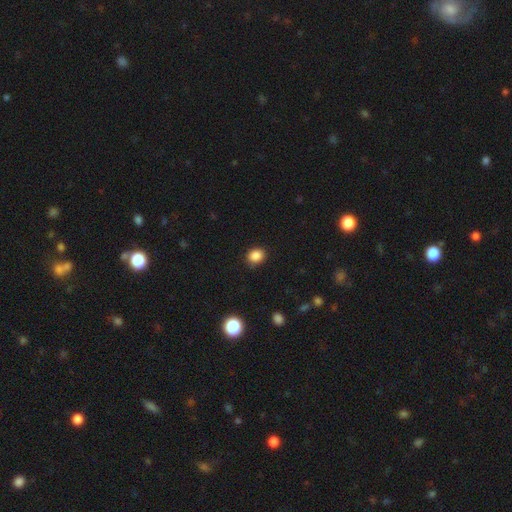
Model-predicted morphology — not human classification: smooth 86%, star or artifact 10%, featured or disk 3%. Down the decision tree: how rounded — round (57%); merging — none (86%).